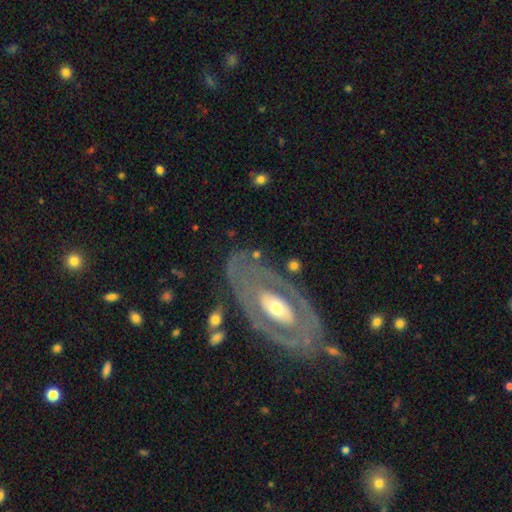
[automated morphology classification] smooth-or-featured: featured or disk: 73% | smooth: 22% | star or artifact: 6%
  disk-edge-on: no: 91% | yes: 9%
    bar: no: 71% | weak: 17% | strong: 12%
    has-spiral-arms: no: 58% | yes: 42%
    bulge-size: moderate: 58% | small: 29% | large: 9% | dominant: 2% | none: 2%
  merging: none: 73% | minor disturbance: 14% | major disturbance: 9% | merger: 3%